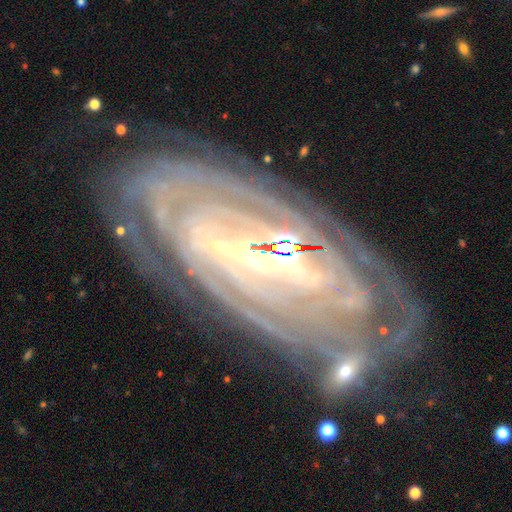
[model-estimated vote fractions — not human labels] smooth-or-featured: featured or disk: 86% | smooth: 7% | star or artifact: 7%
  disk-edge-on: no: 91% | yes: 9%
    bar: strong: 41% | weak: 33% | no: 26%
    has-spiral-arms: yes: 92% | no: 8%
      spiral-winding: tight: 78% | medium: 17% | loose: 4%
      spiral-arm-count: can't tell: 41% | 2: 16% | 4: 13% | more than 4: 13% | 3: 11% | 1: 6%
    bulge-size: small: 65% | moderate: 27% | large: 4% | none: 3% | dominant: 1%
  merging: none: 73% | minor disturbance: 16% | major disturbance: 7% | merger: 4%